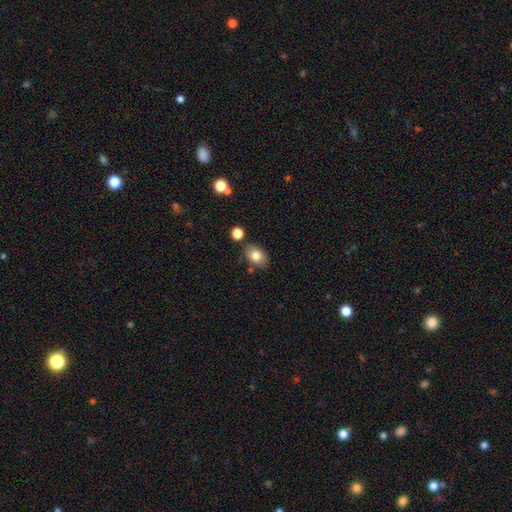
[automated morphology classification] smooth_or_featured: smooth (p=0.78) [alt: featured or disk p=0.13]
how_rounded: in between (p=0.81) [alt: round p=0.18]
merging: none (p=0.75) [alt: minor disturbance p=0.14]